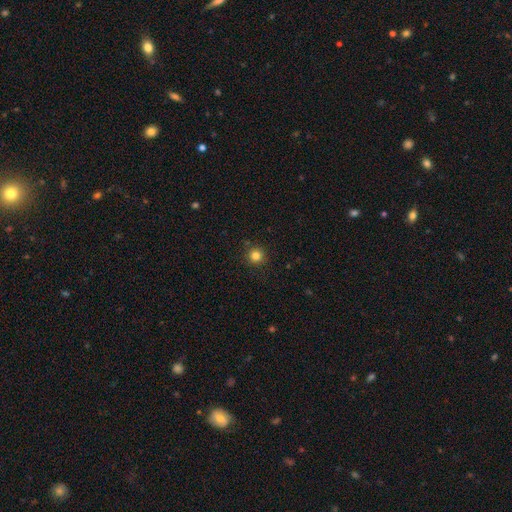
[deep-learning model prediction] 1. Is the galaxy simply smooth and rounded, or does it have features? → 83% smooth, 13% star or artifact, 4% featured or disk.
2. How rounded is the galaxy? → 95% round, 4% in between, 1% cigar-shaped.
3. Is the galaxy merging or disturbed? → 91% none, 5% minor disturbance, 2% major disturbance, 1% merger.